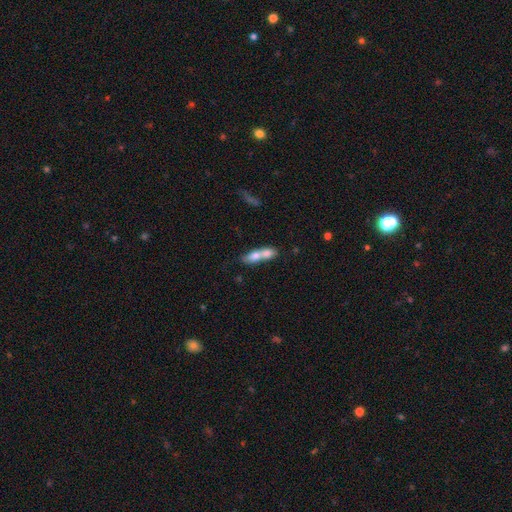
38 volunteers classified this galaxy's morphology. This appears to be a smooth galaxy with no disk features (61%) that is in between round and cigar-shaped (78%). Merging: merger (86%).